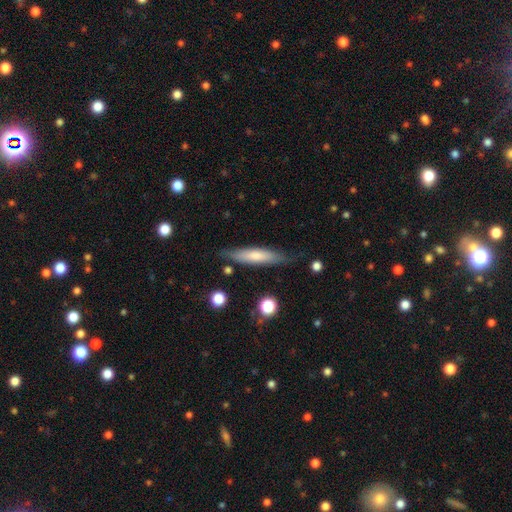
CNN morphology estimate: Smooth or featured? Predicted: smooth (p=0.62). How rounded? Predicted: cigar-shaped (p=0.82). Merging? Predicted: none (p=0.77).